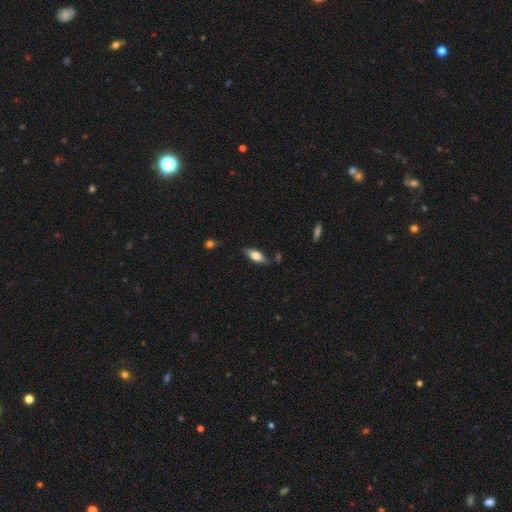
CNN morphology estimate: This is likely a smooth galaxy (66%). How rounded: likely in between (78%). Merging: likely none (76%).